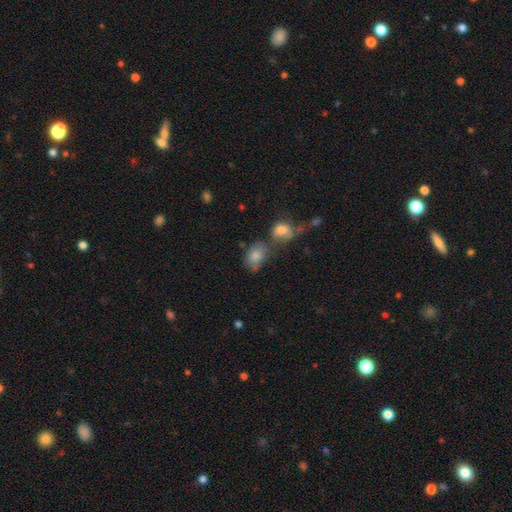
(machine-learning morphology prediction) This is likely a smooth galaxy (80%). How rounded: likely in between (78%). Merging: marginally none (40%).